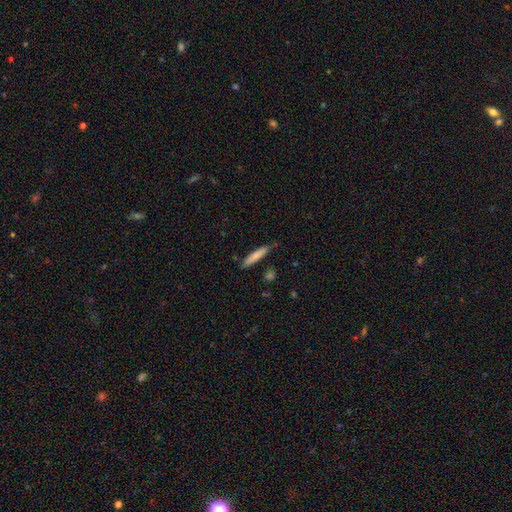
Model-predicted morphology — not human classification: Smooth or featured? Predicted: smooth (p=0.78). How rounded? Predicted: cigar-shaped (p=0.91). Merging? Predicted: none (p=0.80).